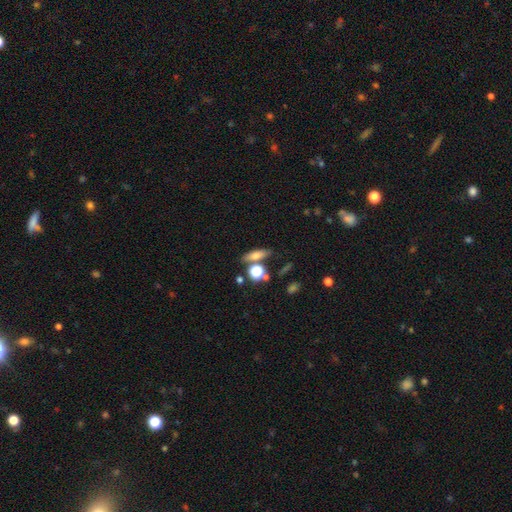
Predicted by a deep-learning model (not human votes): A smooth galaxy with no disk features (63%) that is in between round and cigar-shaped (44%). Merging: none (70%).